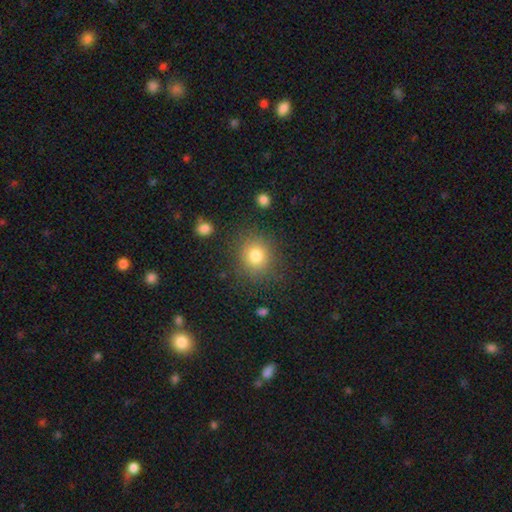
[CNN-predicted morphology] smooth 80%, star or artifact 12%, featured or disk 8%. Down the decision tree: how rounded — round (82%); merging — none (84%).